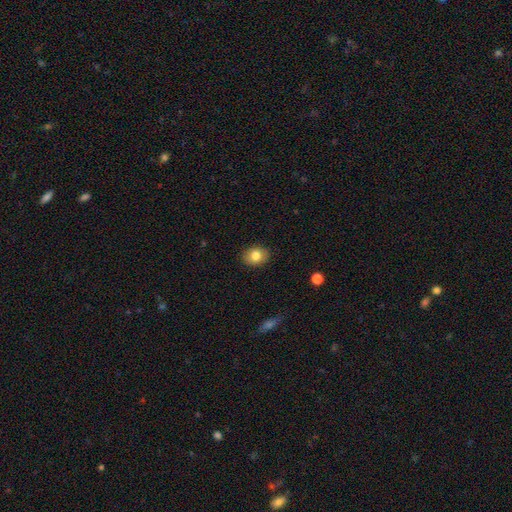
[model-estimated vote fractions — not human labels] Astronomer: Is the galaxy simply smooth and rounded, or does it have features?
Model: smooth — 81%.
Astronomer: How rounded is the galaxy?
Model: in between — 57% (runner-up: round, 42%).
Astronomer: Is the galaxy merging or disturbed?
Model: none — 89%.